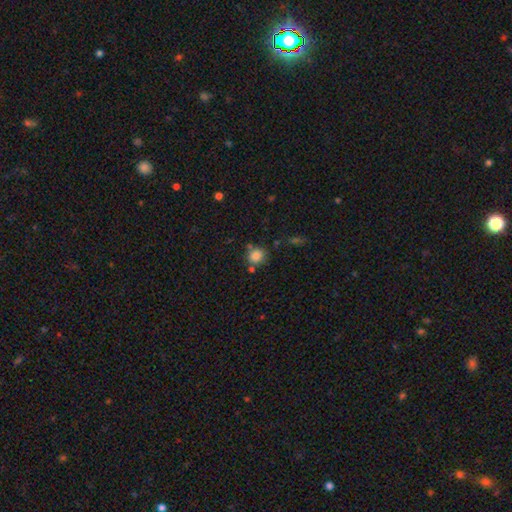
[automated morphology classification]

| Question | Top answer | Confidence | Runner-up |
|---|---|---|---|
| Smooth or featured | smooth | 83% | star or artifact (11%) |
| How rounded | round | 85% | in between (14%) |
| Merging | none | 70% | minor disturbance (14%) |